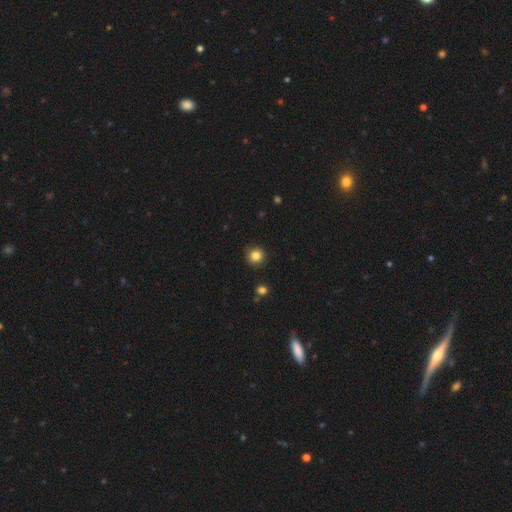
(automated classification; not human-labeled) This is clearly a smooth galaxy (84%). How rounded: clearly round (94%). Merging: clearly none (90%).